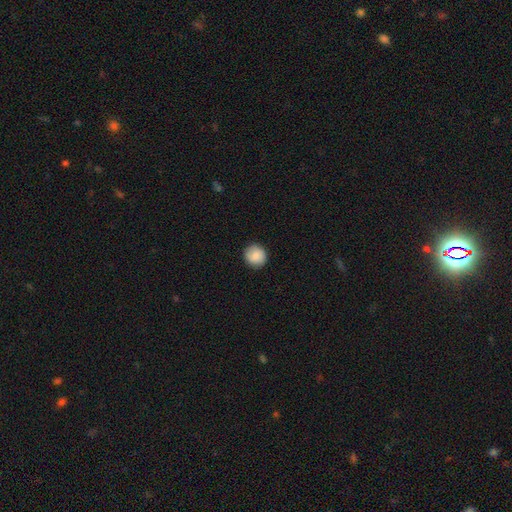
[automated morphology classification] Smooth or featured?
  - smooth: 87% *
  - star or artifact: 7%
  - featured or disk: 5%
How rounded?
  - round: 92% *
  - in between: 7%
  - cigar-shaped: 1%
Merging?
  - none: 90% *
  - minor disturbance: 7%
  - major disturbance: 2%
  - merger: 1%